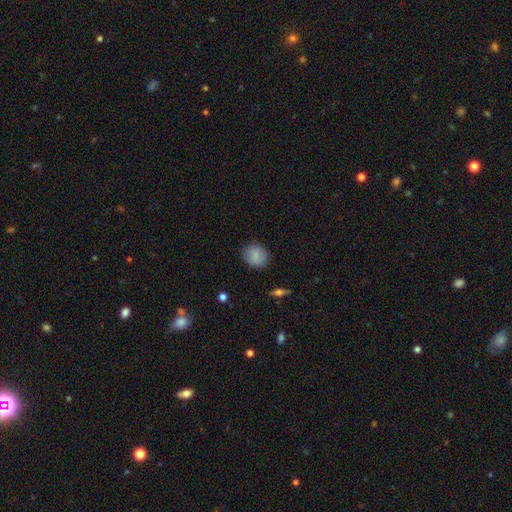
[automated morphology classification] This appears to be a smooth galaxy with no disk features (82%) that is round (74%). Merging: none (86%).